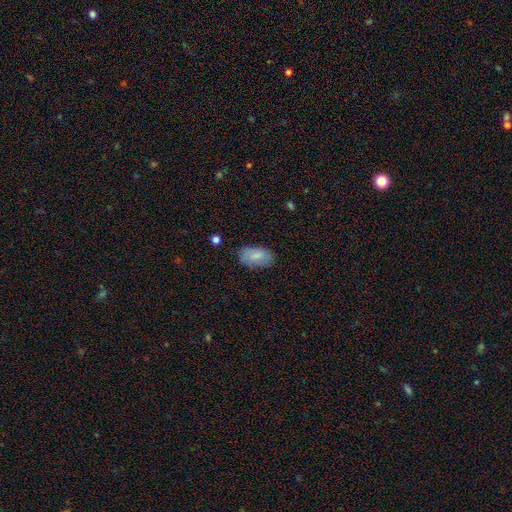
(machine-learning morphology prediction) type=smooth (81%); roundness=in between (94%); merging=none (77%).